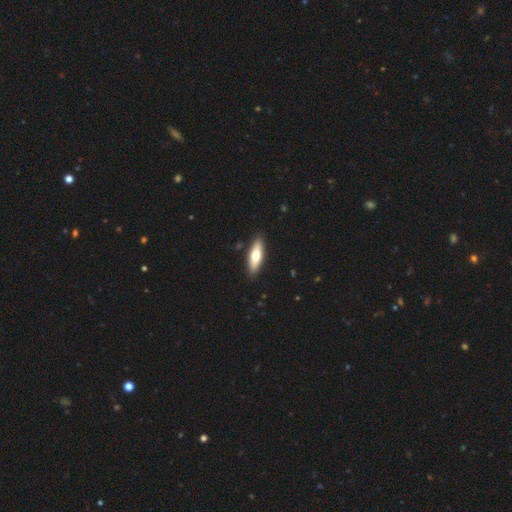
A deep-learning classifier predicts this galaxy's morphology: Smooth or featured?
  - smooth: 65% *
  - featured or disk: 30%
  - star or artifact: 5%
How rounded?
  - cigar-shaped: 49% * (tied)
  - in between: 49% * (tied)
  - round: 2%
Merging?
  - none: 89% *
  - minor disturbance: 8%
  - major disturbance: 2%
  - merger: 1%